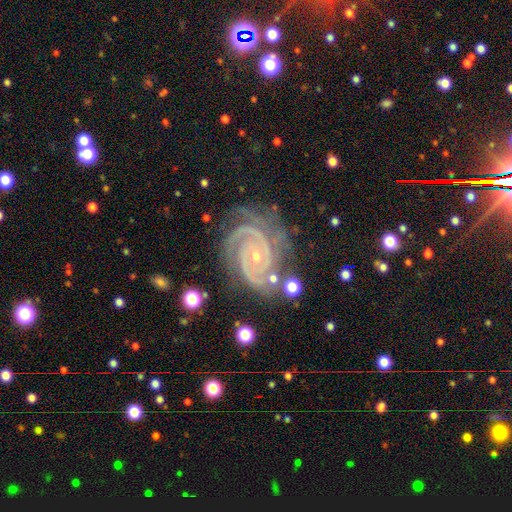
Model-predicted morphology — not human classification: Smooth or featured?
  - featured or disk: 91% *
  - star or artifact: 6%
  - smooth: 2%
Edge-on disk?
  - no: 98% *
  - yes: 2%
Bar?
  - no: 69% *
  - weak: 20%
  - strong: 11%
Spiral arms?
  - yes: 99% *
  - no: 1%
Spiral winding?
  - tight: 79% *
  - medium: 19%
  - loose: 2%
Spiral arm count?
  - 2: 41% *
  - 3: 32%
  - 4: 10%
  - can't tell: 7%
  - more than 4: 5%
  - 1: 5%
Bulge size?
  - small: 81% *
  - moderate: 16%
  - none: 1%
  - large: 1%
  - dominant: 1%
Merging?
  - none: 72% *
  - minor disturbance: 19%
  - major disturbance: 6%
  - merger: 3%